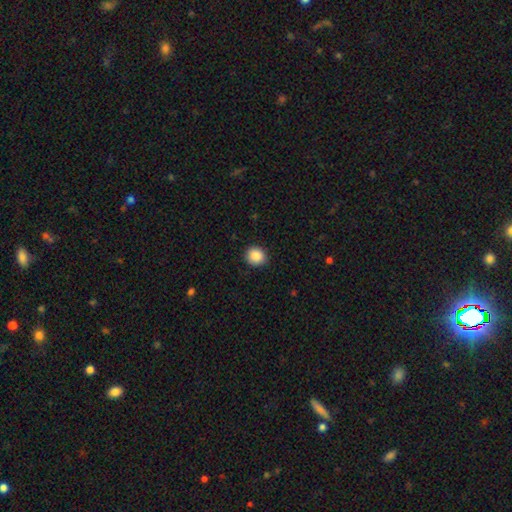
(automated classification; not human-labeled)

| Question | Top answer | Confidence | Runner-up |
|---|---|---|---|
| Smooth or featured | smooth | 89% | star or artifact (8%) |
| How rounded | round | 81% | in between (18%) |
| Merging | none | 90% | minor disturbance (7%) |